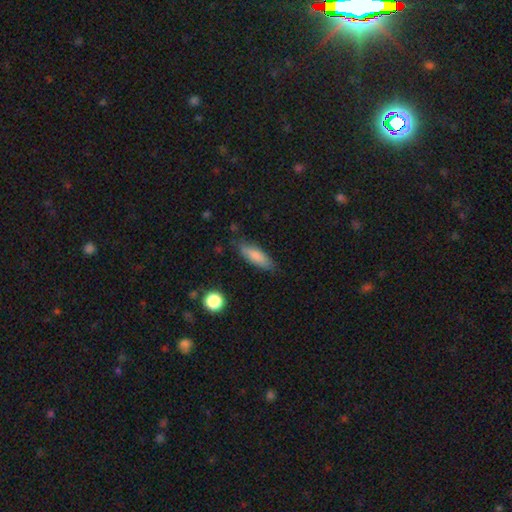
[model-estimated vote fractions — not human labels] A smooth galaxy with no disk features (83%) that is in between round and cigar-shaped (52%).

Vote fractions:
- Smooth or featured? smooth: 83% / featured or disk: 11% / star or artifact: 7%
- How rounded? in between: 52% / cigar-shaped: 46% / round: 2%
- Merging? none: 79% / minor disturbance: 16% / major disturbance: 3% / merger: 2%